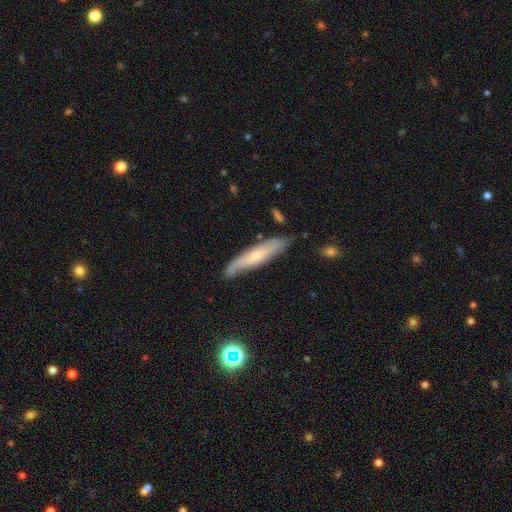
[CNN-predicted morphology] This is possibly a featured or disk galaxy (47%). Merging: likely none (69%).